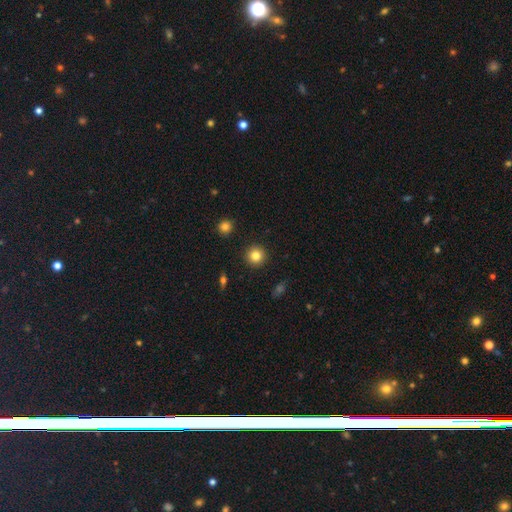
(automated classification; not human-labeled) Overall: smooth (83%). How rounded: round (94%). Merging: none (92%).